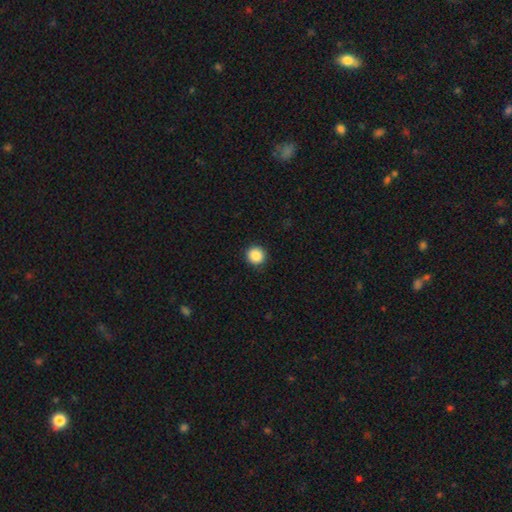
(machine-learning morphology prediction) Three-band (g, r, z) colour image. It shows a smooth galaxy with no disk features (87%) that is round (94%). Merging: none (92%).